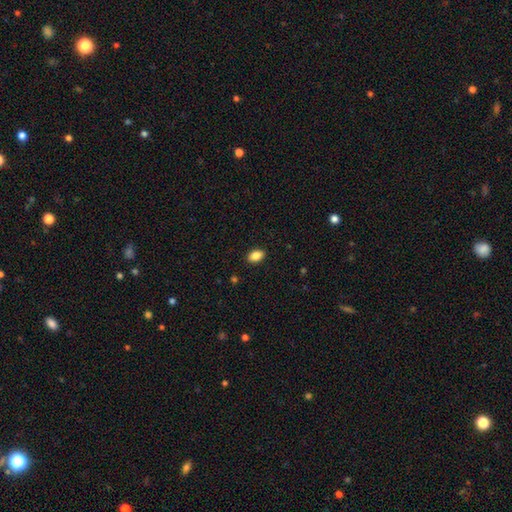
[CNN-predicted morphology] smooth-or-featured: smooth: 86% | star or artifact: 8% | featured or disk: 5%
  how-rounded: in between: 87% | round: 12% | cigar-shaped: 2%
  merging: none: 89% | minor disturbance: 8% | major disturbance: 2% | merger: 1%